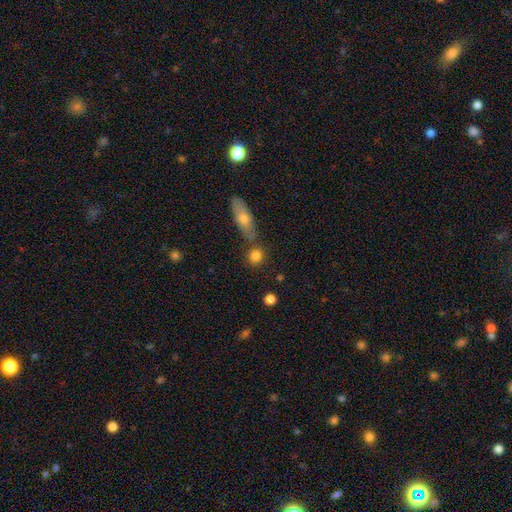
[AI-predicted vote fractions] Smooth or featured?
  - smooth: 82% *
  - star or artifact: 9%
  - featured or disk: 9%
How rounded?
  - round: 78% *
  - in between: 18%
  - cigar-shaped: 4%
Merging?
  - none: 70% *
  - merger: 17%
  - minor disturbance: 10%
  - major disturbance: 3%